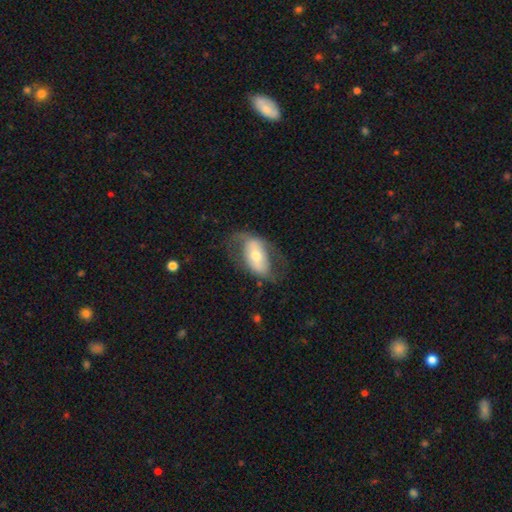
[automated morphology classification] Smooth or featured?
  - featured or disk: 61% *
  - smooth: 33%
  - star or artifact: 6%
Edge-on disk?
  - no: 90% *
  - yes: 10%
Bar?
  - strong: 38% *
  - no: 35%
  - weak: 28%
Spiral arms?
  - yes: 57% *
  - no: 43%
Bulge size?
  - moderate: 54% *
  - small: 35%
  - large: 8%
  - dominant: 2%
  - none: 1%
Merging?
  - none: 59% *
  - minor disturbance: 20%
  - major disturbance: 19%
  - merger: 2%